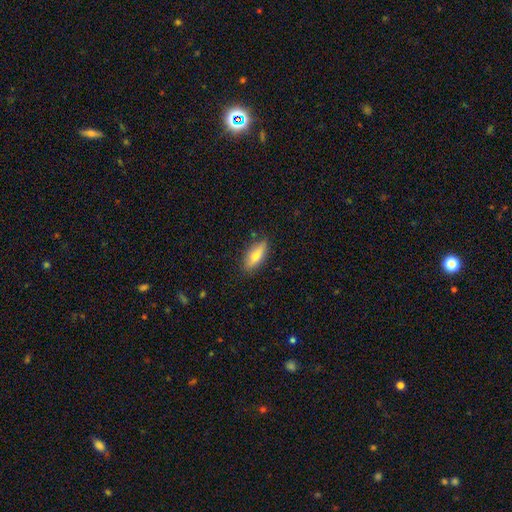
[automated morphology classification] Overall: smooth (68%). How rounded: in between (68%; cigar-shaped 29%). Merging: none (81%).